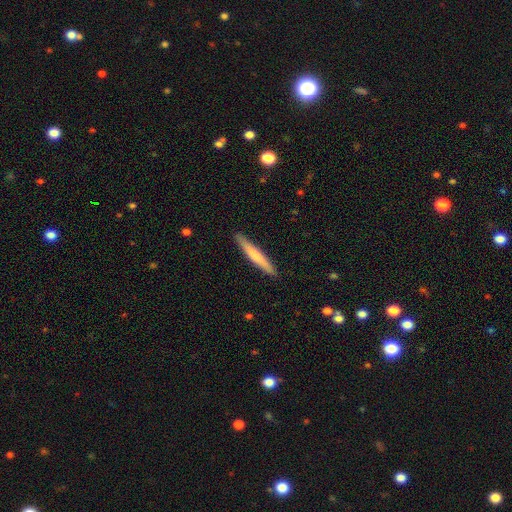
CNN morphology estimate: Smooth or featured? Predicted: smooth (p=0.65). How rounded? Predicted: cigar-shaped (p=0.95). Merging? Predicted: none (p=0.91).